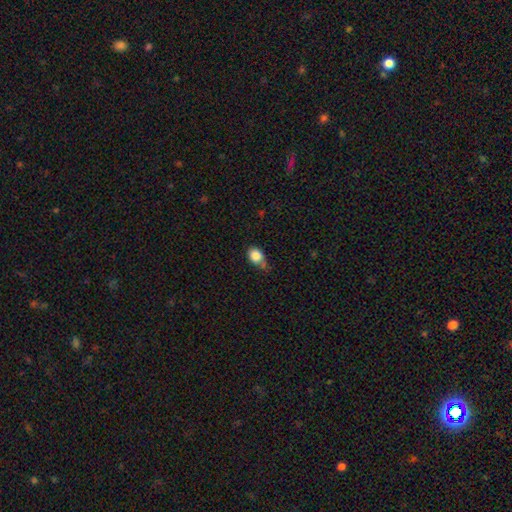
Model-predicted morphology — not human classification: This appears to be a smooth galaxy with no disk features (85%) that is in between round and cigar-shaped (51%). Merging: none (48%).